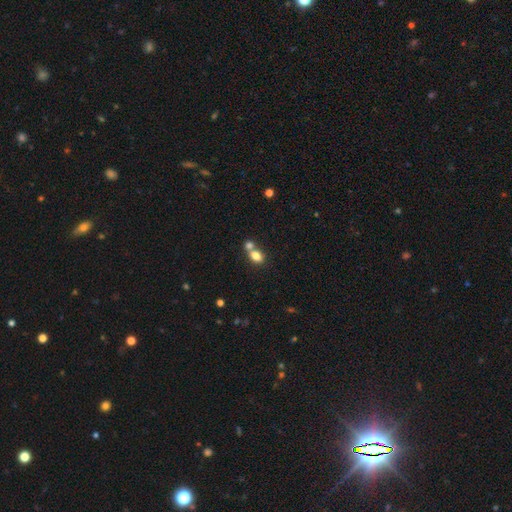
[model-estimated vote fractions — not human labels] Q: Smooth or featured?
A: smooth (79%); runner-up: star or artifact (10%)
Q: How rounded?
A: in between (68%); runner-up: round (30%)
Q: Merging?
A: merger (52%); runner-up: none (37%)